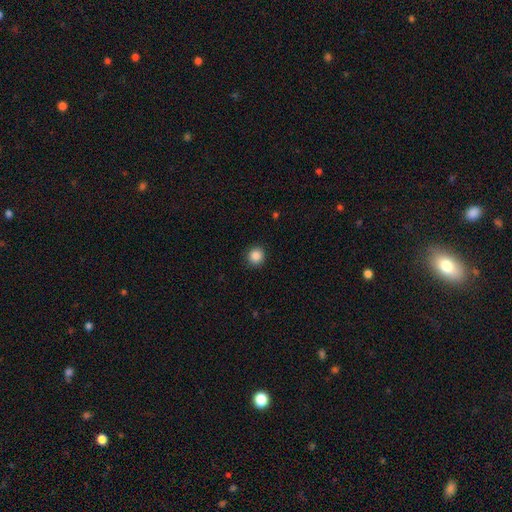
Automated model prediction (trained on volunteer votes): smooth-or-featured: smooth: 87% | star or artifact: 10% | featured or disk: 3%
  how-rounded: round: 92% | in between: 7% | cigar-shaped: 1%
  merging: none: 91% | minor disturbance: 6% | major disturbance: 2% | merger: 1%